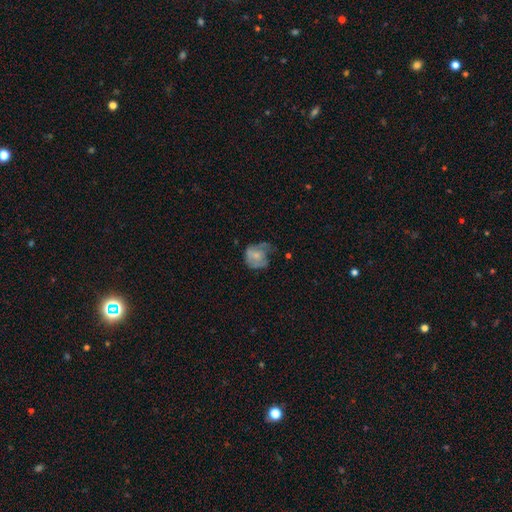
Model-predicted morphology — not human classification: type=smooth (51%); roundness=round (64%); merging=none (35%).